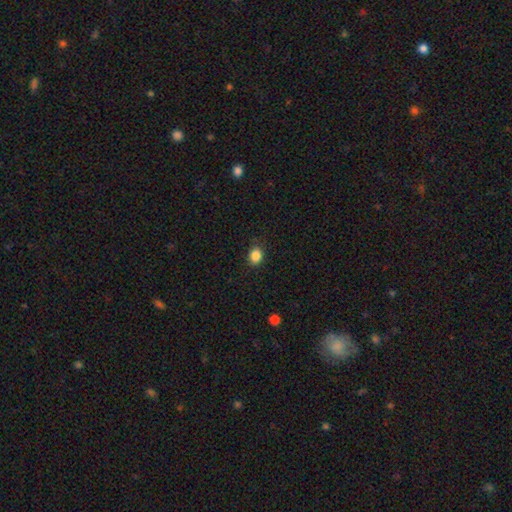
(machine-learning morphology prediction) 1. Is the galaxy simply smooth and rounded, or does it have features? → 86% smooth, 11% star or artifact, 4% featured or disk.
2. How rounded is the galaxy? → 58% round, 41% in between, 1% cigar-shaped.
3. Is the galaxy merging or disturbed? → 85% none, 11% minor disturbance, 3% major disturbance, 1% merger.